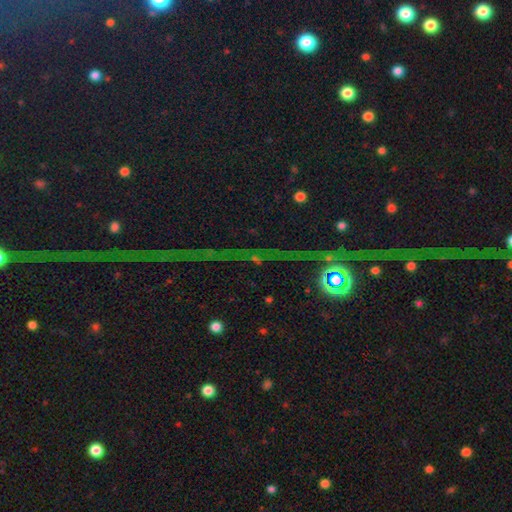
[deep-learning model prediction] The model was most divided on "smooth or featured": star or artifact: 81%, featured or disk: 10%, smooth: 10%.